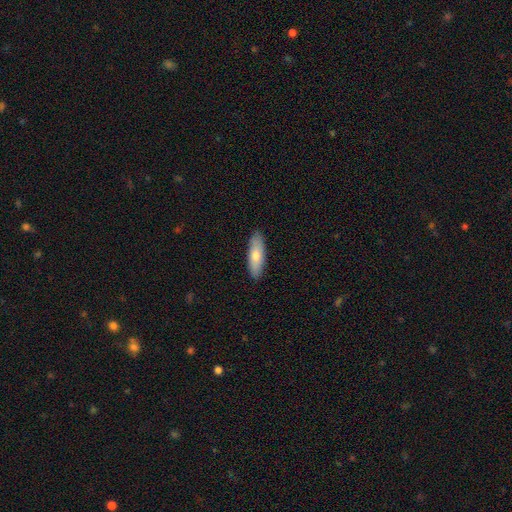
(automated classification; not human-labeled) smooth_or_featured: smooth (p=0.68) [alt: featured or disk p=0.26]
how_rounded: cigar-shaped (p=0.52) [alt: in between p=0.46]
merging: none (p=0.90) [alt: minor disturbance p=0.08]